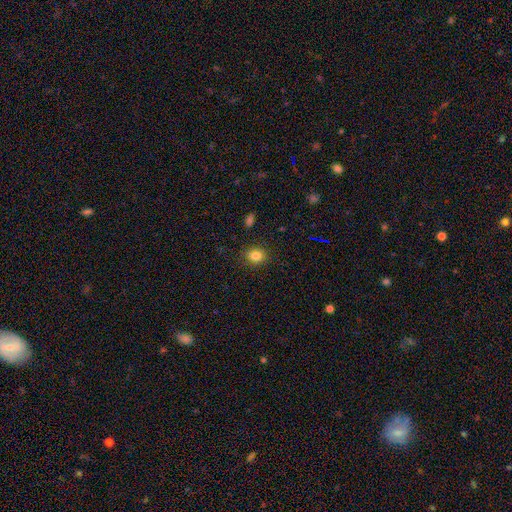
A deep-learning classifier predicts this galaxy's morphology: type=smooth (83%); roundness=round (72%); merging=none (88%).